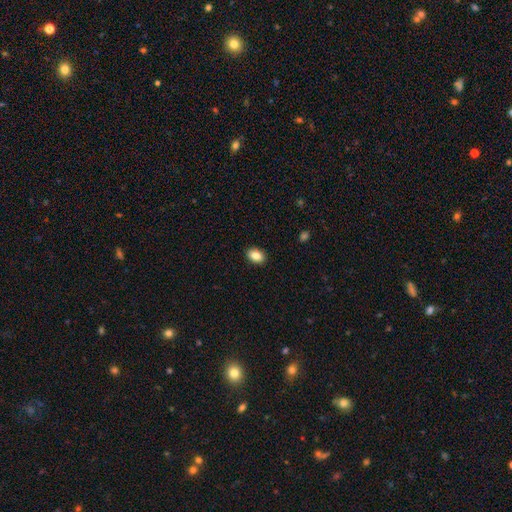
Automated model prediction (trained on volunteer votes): smooth-or-featured: smooth: 87% | star or artifact: 8% | featured or disk: 5%
  how-rounded: in between: 83% | round: 16% | cigar-shaped: 1%
  merging: none: 90% | minor disturbance: 7% | major disturbance: 2% | merger: 1%